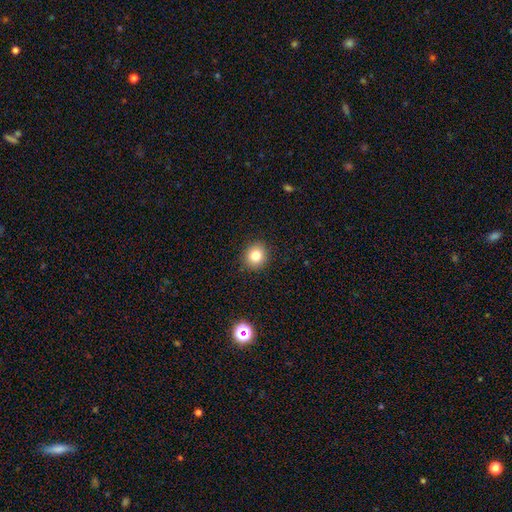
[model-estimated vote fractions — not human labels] A smooth galaxy with no disk features (80%) that is round (84%).

Vote fractions:
- Smooth or featured? smooth: 80% / star or artifact: 12% / featured or disk: 8%
- How rounded? round: 84% / in between: 15% / cigar-shaped: 1%
- Merging? none: 91% / minor disturbance: 6% / major disturbance: 2% / merger: 1%